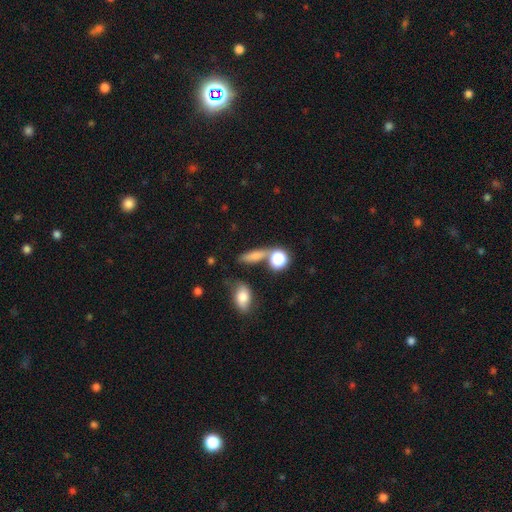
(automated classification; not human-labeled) The model was most divided on "how rounded": cigar-shaped: 45%, in between: 38%, round: 17%. More confident: smooth or featured — smooth (74%); merging — none (58%).